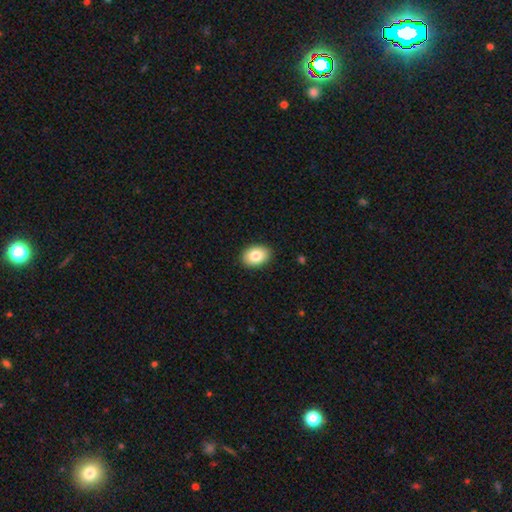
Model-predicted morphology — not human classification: smooth 84%, featured or disk 8%, star or artifact 7%. Down the decision tree: how rounded — in between (82%); merging — none (90%).